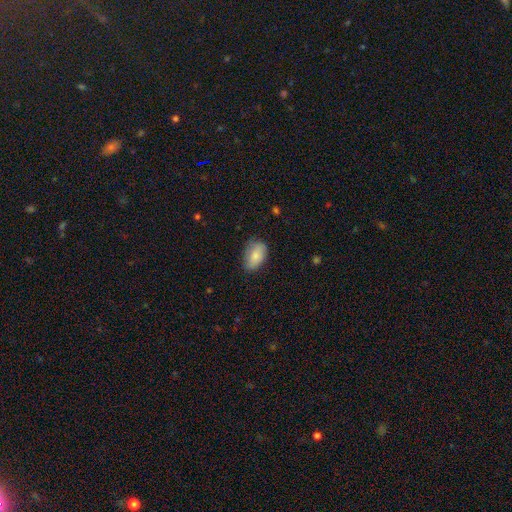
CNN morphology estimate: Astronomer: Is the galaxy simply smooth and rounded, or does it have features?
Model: smooth — 81%.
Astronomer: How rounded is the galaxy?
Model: in between — 88%.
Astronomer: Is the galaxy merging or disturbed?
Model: none — 68%.